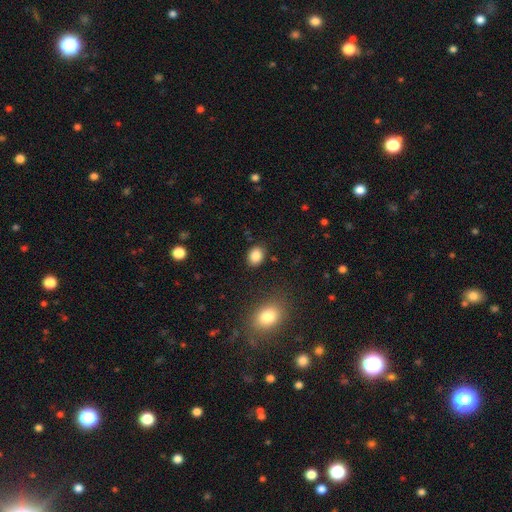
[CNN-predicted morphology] Smooth or featured: smooth — 86% (star or artifact — 9%)
How rounded: in between — 62% (round — 37%)
Merging: none — 86% (minor disturbance — 9%)